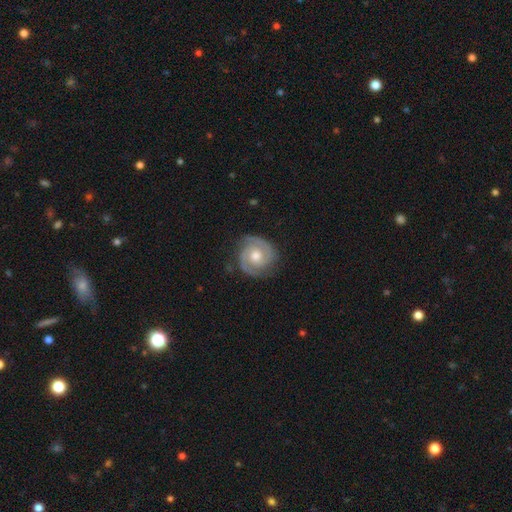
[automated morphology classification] This appears to be a featured or disk galaxy (89%) with no bar (67%), 2 (90%) tight (63%) spiral arms (98%) and a moderate central bulge (74%). Merging: none (81%).